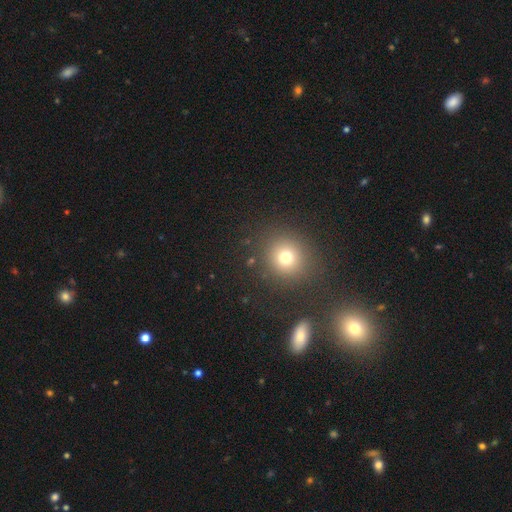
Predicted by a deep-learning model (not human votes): Overall: smooth (54%; star or artifact 37%). How rounded: round (86%). Merging: none (82%).